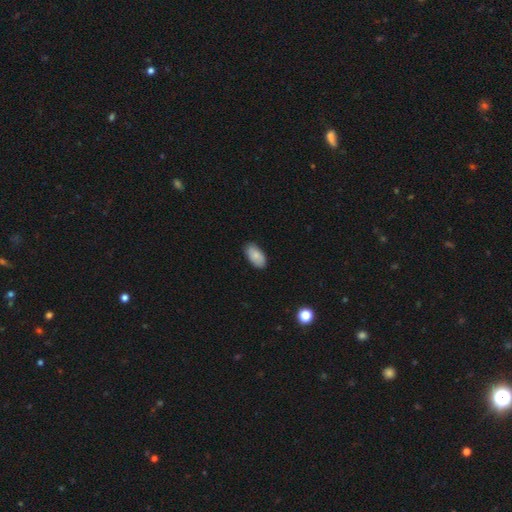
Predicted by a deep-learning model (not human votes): The model was most divided on "merging": none: 84%, minor disturbance: 13%, major disturbance: 2%, merger: 1%. More confident: how rounded — in between (95%); smooth or featured — smooth (84%).